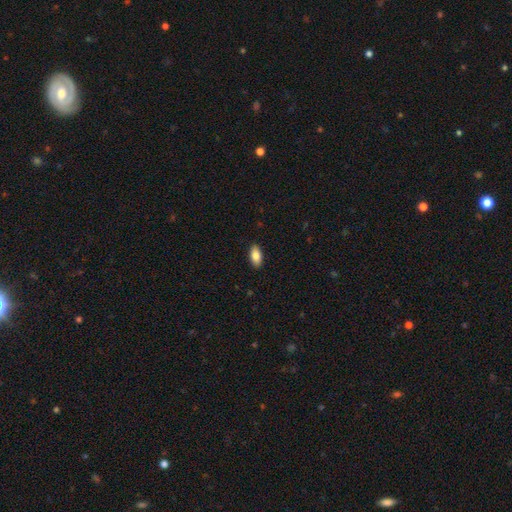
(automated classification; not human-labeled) Smooth or featured?
  - smooth: 84% *
  - featured or disk: 10%
  - star or artifact: 7%
How rounded?
  - in between: 91% *
  - cigar-shaped: 6%
  - round: 3%
Merging?
  - none: 90% *
  - minor disturbance: 7%
  - major disturbance: 2%
  - merger: 1%